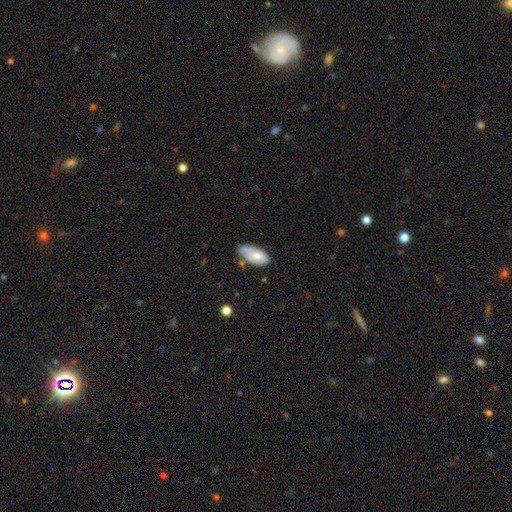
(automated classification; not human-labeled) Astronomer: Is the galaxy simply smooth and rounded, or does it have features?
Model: smooth — 73%.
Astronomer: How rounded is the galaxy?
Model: in between — 93%.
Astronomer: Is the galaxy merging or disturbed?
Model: none — 54% (runner-up: minor disturbance, 33%).